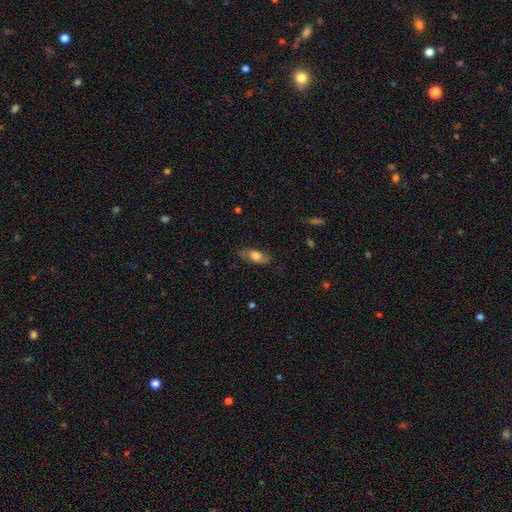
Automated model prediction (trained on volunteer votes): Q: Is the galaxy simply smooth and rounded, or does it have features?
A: smooth — 61%.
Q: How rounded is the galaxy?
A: in between — 76%.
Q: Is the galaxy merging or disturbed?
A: none — 74%.